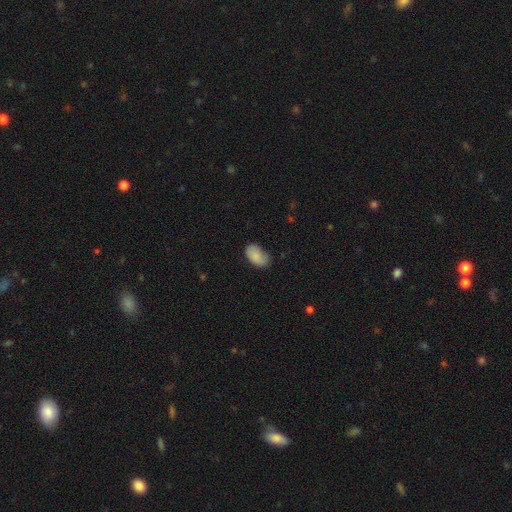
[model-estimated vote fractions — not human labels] A smooth galaxy with no disk features (86%) that is in between round and cigar-shaped (93%). Merging: none (63%).